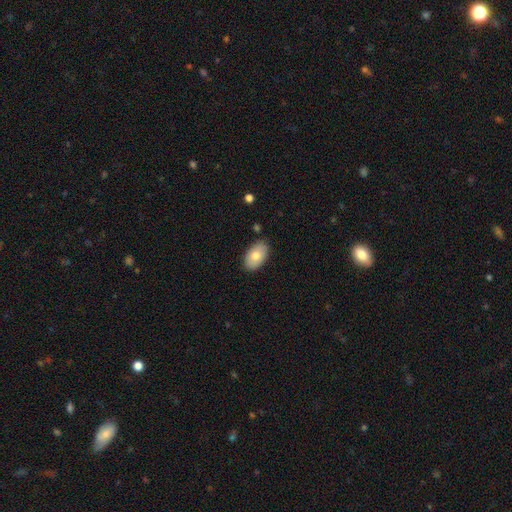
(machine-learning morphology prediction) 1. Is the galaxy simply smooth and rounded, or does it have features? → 76% smooth, 17% featured or disk, 6% star or artifact.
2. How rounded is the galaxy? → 94% in between, 5% round, 1% cigar-shaped.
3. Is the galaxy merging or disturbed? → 85% none, 11% minor disturbance, 2% major disturbance, 2% merger.